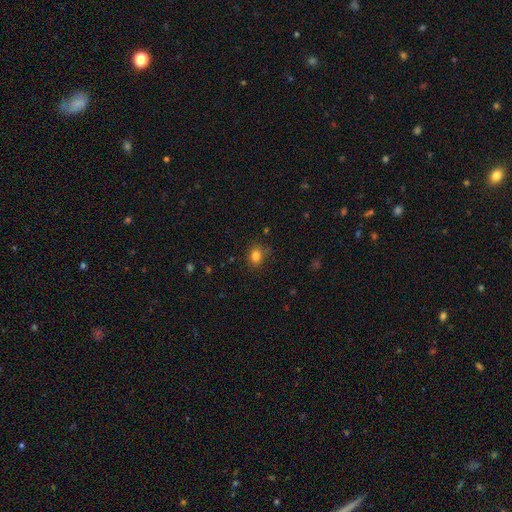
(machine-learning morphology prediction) Smooth or featured? Predicted: smooth (p=0.82). How rounded? Predicted: in between (p=0.52). Merging? Predicted: none (p=0.82).